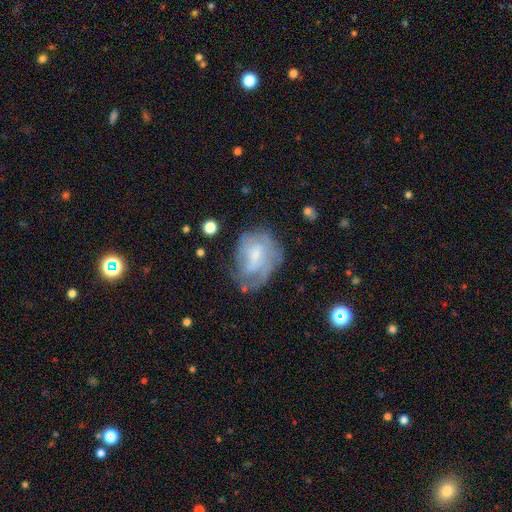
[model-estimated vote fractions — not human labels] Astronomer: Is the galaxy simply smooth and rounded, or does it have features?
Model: featured or disk — 54% (runner-up: smooth, 36%).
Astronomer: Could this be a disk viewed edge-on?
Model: no — 97%.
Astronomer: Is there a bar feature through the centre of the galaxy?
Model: no — 55% (runner-up: weak, 38%).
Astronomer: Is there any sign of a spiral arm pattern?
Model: yes — 62% (runner-up: no, 38%).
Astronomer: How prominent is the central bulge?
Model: small — 46% (runner-up: moderate, 30%).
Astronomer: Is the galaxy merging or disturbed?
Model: none — 48% (runner-up: minor disturbance, 27%).